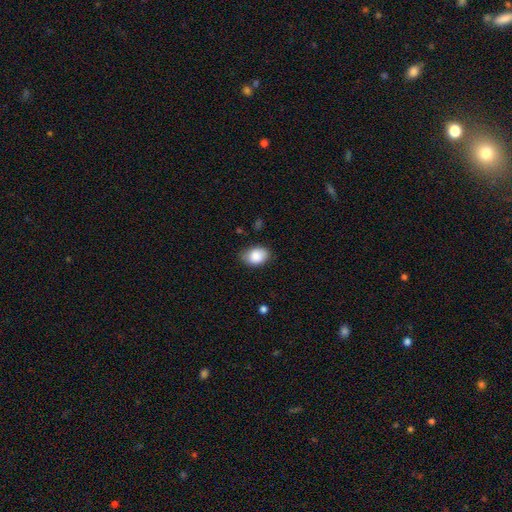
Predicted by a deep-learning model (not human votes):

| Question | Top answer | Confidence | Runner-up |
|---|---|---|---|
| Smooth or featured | smooth | 86% | star or artifact (7%) |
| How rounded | in between | 75% | round (24%) |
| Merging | none | 72% | minor disturbance (22%) |